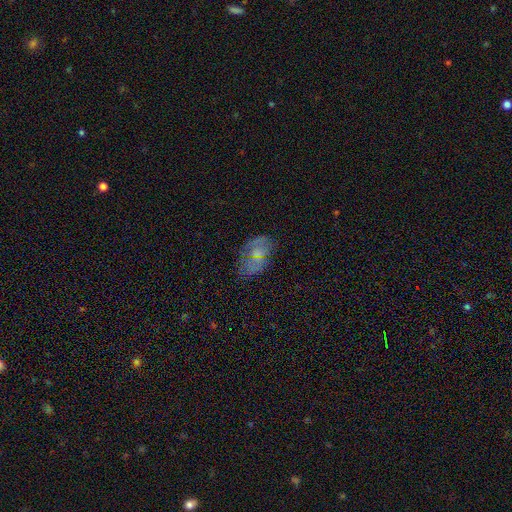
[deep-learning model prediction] Smooth or featured? smooth (47%)
Merging? none (62%)